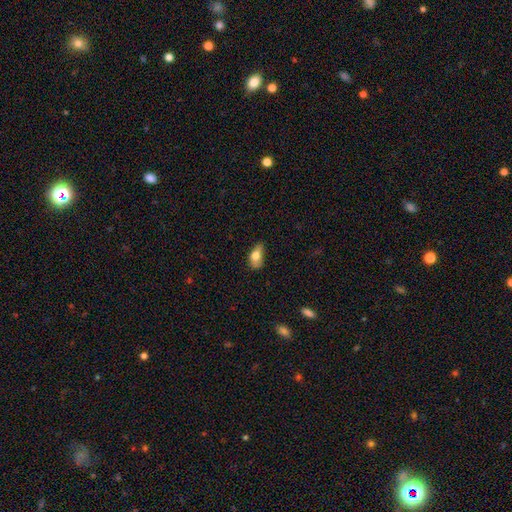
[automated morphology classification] Smooth or featured? smooth (73%)
How rounded? in between (86%)
Merging? none (43%)